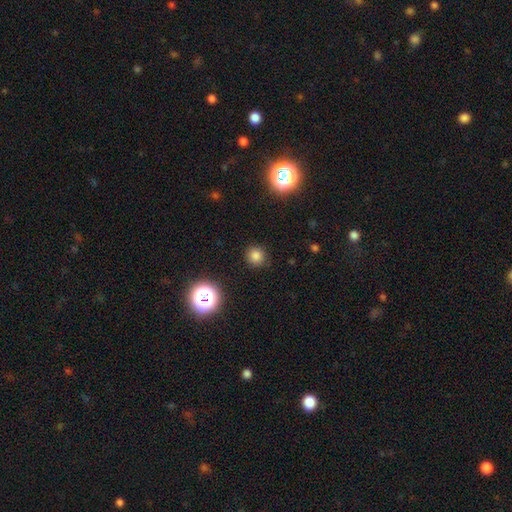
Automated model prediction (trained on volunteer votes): smooth 78%, star or artifact 17%, featured or disk 5%. Down the decision tree: how rounded — round (91%); merging — none (88%).